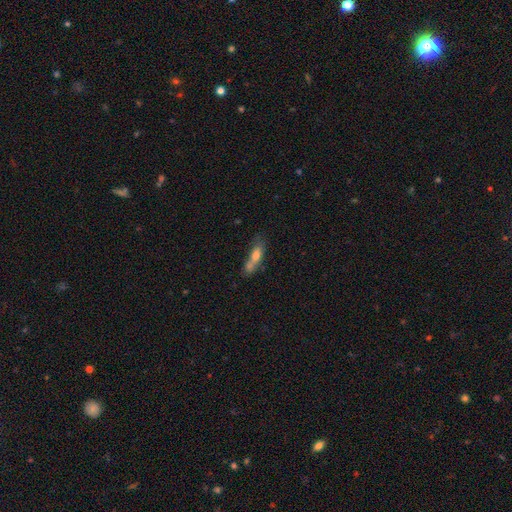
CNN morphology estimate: Smooth or featured?
  - smooth: 61% *
  - featured or disk: 29%
  - star or artifact: 10%
How rounded?
  - cigar-shaped: 58% *
  - in between: 38%
  - round: 4%
Merging?
  - merger: 37% *
  - none: 36%
  - minor disturbance: 17%
  - major disturbance: 9%